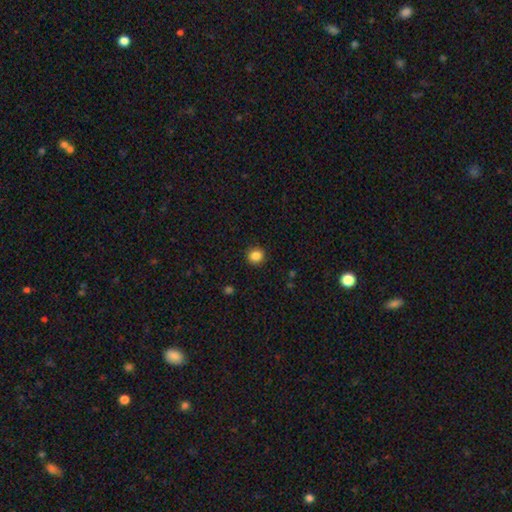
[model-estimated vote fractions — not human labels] Smooth or featured?
  - smooth: 85% *
  - star or artifact: 11%
  - featured or disk: 4%
How rounded?
  - round: 93% *
  - in between: 6%
  - cigar-shaped: 1%
Merging?
  - none: 91% *
  - minor disturbance: 6%
  - major disturbance: 2%
  - merger: 1%